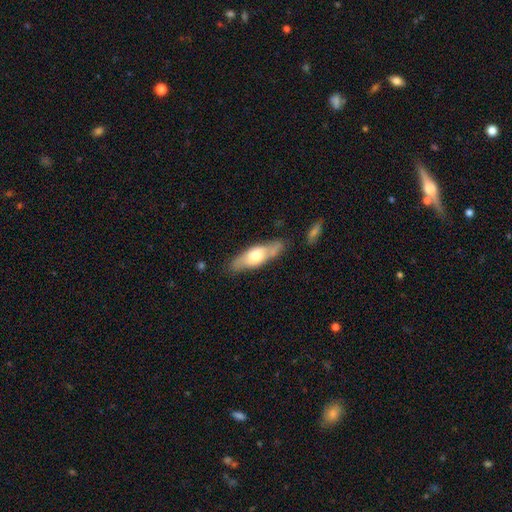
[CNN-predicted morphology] smooth_or_featured: smooth (p=0.50) [alt: featured or disk p=0.44]
how_rounded: in between (p=0.53) [alt: cigar-shaped p=0.45]
merging: none (p=0.75) [alt: minor disturbance p=0.17]